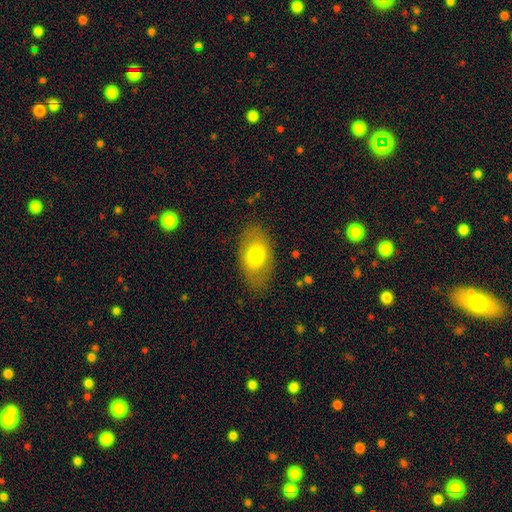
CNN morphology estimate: smooth-or-featured: smooth: 70% | featured or disk: 23% | star or artifact: 7%
  how-rounded: in between: 88% | round: 11% | cigar-shaped: 2%
  merging: none: 81% | minor disturbance: 13% | major disturbance: 4% | merger: 1%